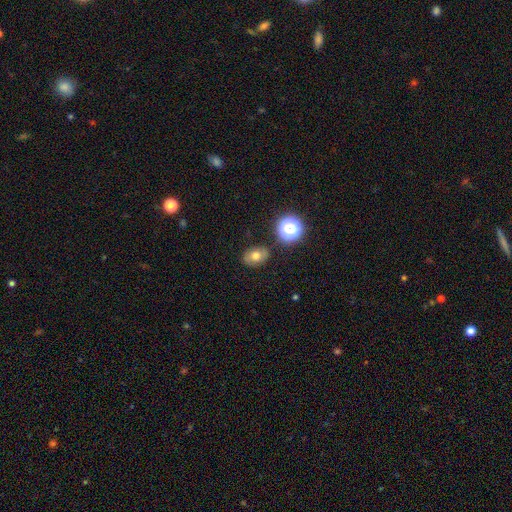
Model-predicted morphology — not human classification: Smooth or featured?
  - smooth: 70% *
  - featured or disk: 16%
  - star or artifact: 14%
How rounded?
  - in between: 73% *
  - round: 26%
  - cigar-shaped: 1%
Merging?
  - none: 81% *
  - minor disturbance: 12%
  - merger: 3%
  - major disturbance: 3%